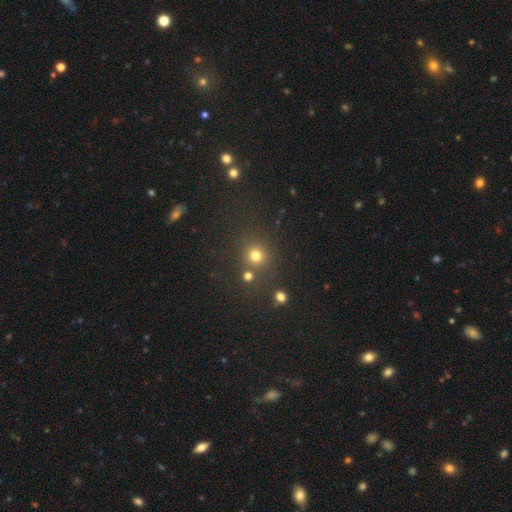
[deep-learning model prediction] The model was most divided on "smooth or featured": smooth: 75%, star or artifact: 19%, featured or disk: 6%. More confident: how rounded — round (90%); merging — none (74%).